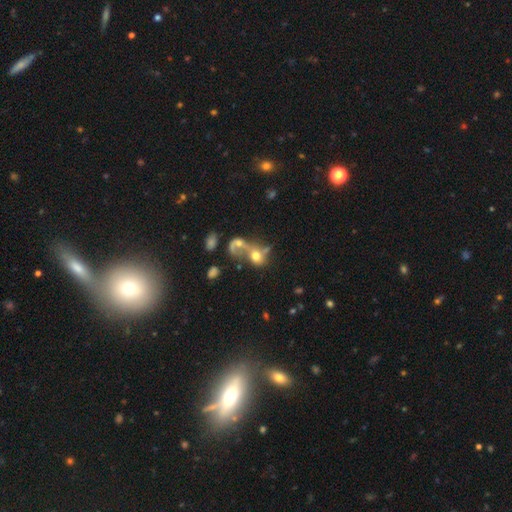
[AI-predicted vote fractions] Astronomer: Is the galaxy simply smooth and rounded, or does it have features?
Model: smooth — 54% (runner-up: featured or disk, 32%).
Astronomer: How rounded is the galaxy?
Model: round — 57% (runner-up: in between, 41%).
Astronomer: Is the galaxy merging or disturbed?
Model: merger — 66%.